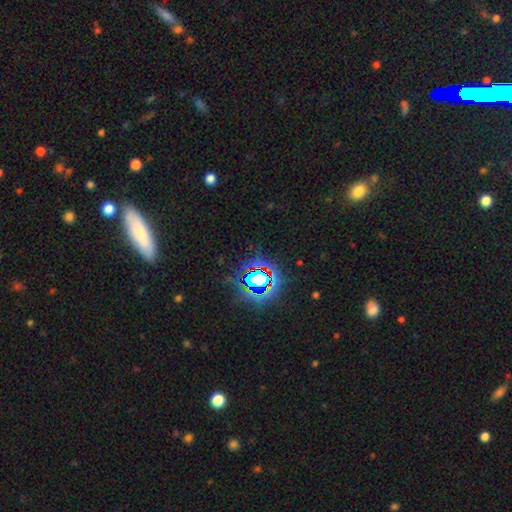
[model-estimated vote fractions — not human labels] Smooth or featured? Predicted: star or artifact (p=0.74).